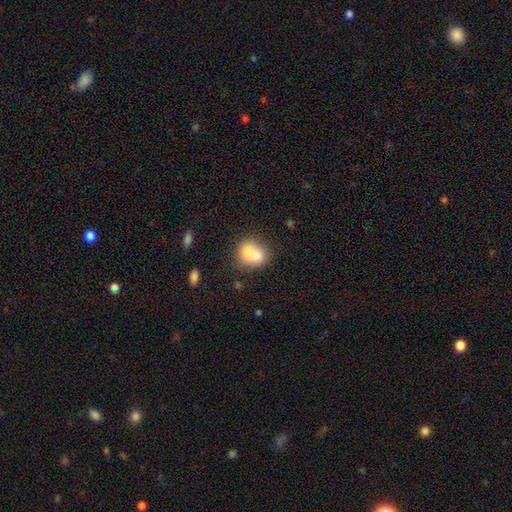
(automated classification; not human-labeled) smooth-or-featured: smooth: 74% | featured or disk: 17% | star or artifact: 9%
  how-rounded: round: 53% | in between: 46% | cigar-shaped: 1%
  merging: merger: 50% | none: 34% | minor disturbance: 11% | major disturbance: 5%